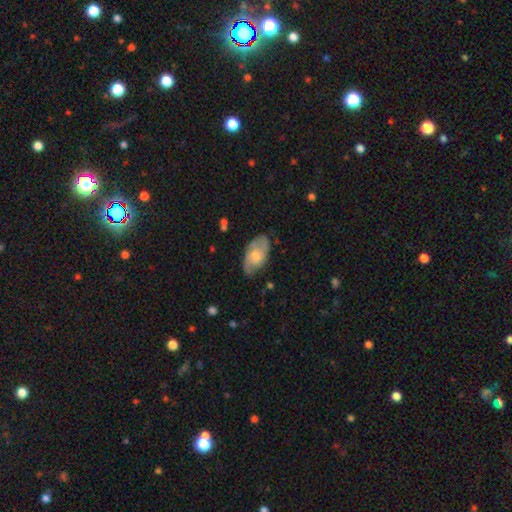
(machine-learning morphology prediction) type=featured or disk (48%); merging=none (73%).